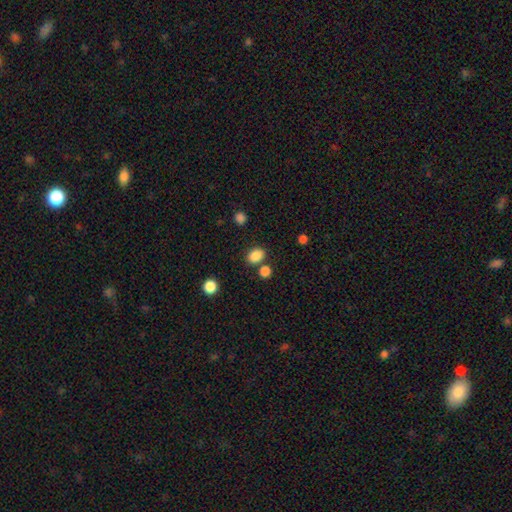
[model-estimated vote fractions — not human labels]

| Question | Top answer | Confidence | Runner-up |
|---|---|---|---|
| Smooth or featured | smooth | 86% | star or artifact (10%) |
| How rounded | in between | 69% | round (30%) |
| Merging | none | 74% | merger (12%) |